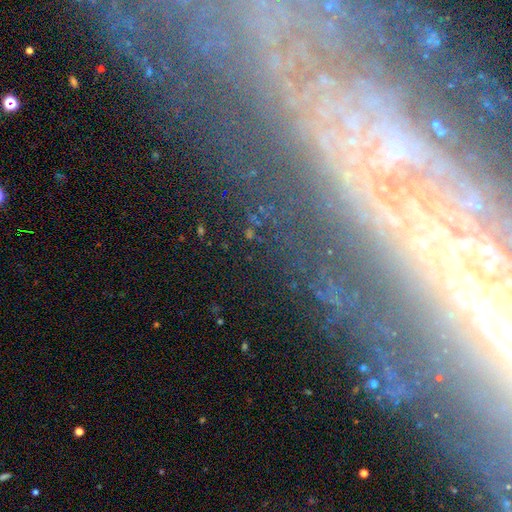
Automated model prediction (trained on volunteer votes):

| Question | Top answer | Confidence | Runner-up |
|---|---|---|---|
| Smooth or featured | featured or disk | 56% | star or artifact (28%) |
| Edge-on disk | no | 82% | yes (18%) |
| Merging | none | 78% | minor disturbance (12%) |